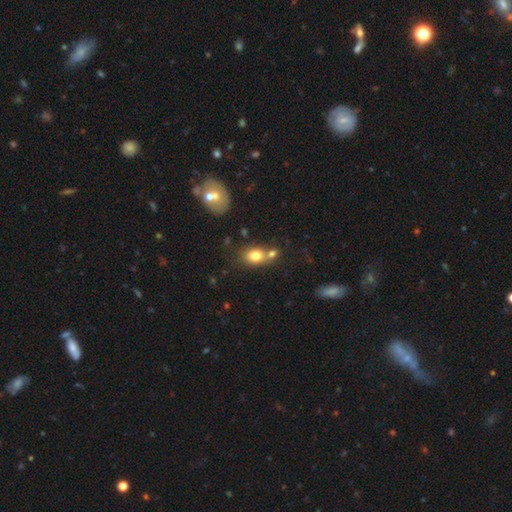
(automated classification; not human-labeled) Overall: smooth (77%). How rounded: in between (67%; round 32%). Merging: none (47%; merger 35%).